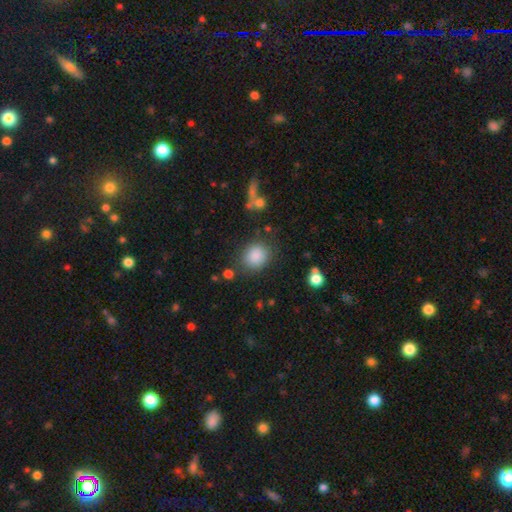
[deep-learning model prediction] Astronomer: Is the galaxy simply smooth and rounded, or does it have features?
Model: smooth — 86%.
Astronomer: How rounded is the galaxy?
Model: round — 68%.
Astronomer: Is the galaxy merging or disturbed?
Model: none — 78%.